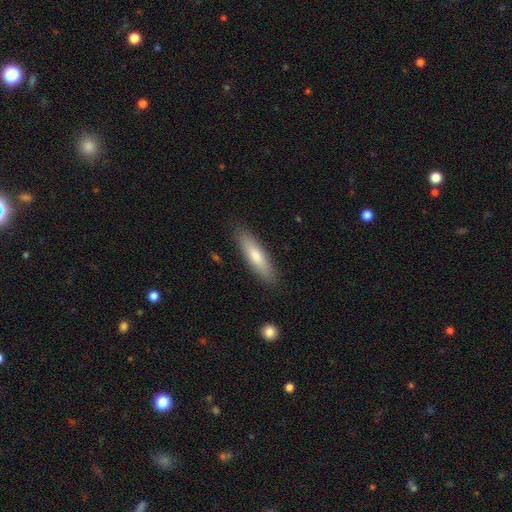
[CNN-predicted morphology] smooth-or-featured: smooth: 71% | featured or disk: 23% | star or artifact: 6%
  how-rounded: cigar-shaped: 70% | in between: 29% | round: 1%
  merging: none: 87% | minor disturbance: 10% | major disturbance: 2% | merger: 1%